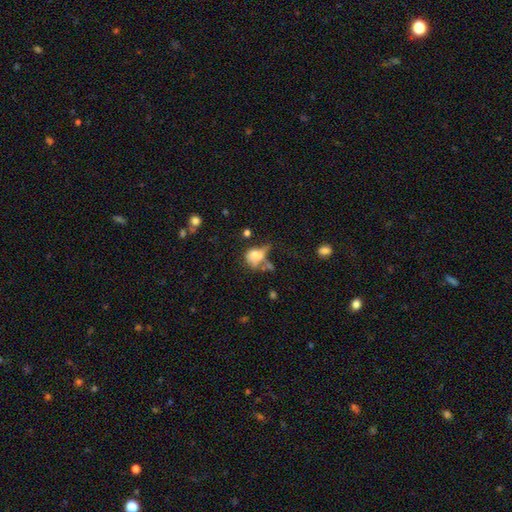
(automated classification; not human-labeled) A smooth galaxy with no disk features (65%) that is in between round and cigar-shaped (60%). Merging: major disturbance (33%).